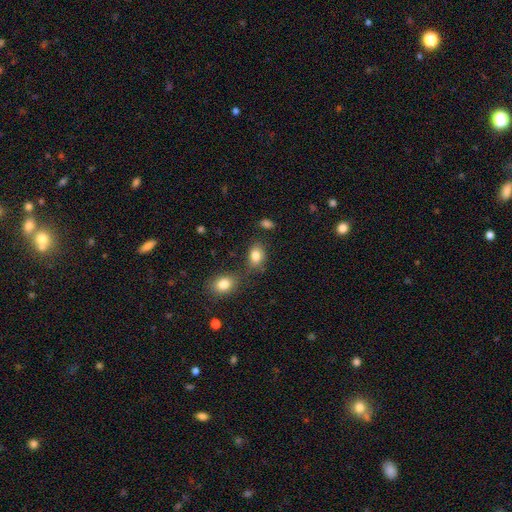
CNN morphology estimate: Smooth or featured?
  - smooth: 83% *
  - star or artifact: 9%
  - featured or disk: 7%
How rounded?
  - in between: 76% *
  - round: 22%
  - cigar-shaped: 1%
Merging?
  - none: 66% *
  - minor disturbance: 17%
  - merger: 13%
  - major disturbance: 5%